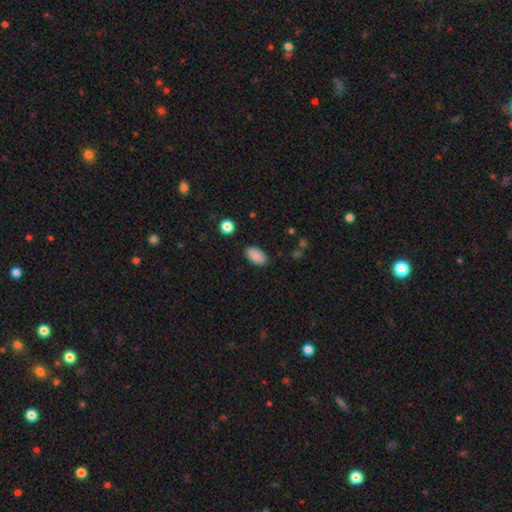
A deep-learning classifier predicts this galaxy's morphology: smooth-or-featured: smooth: 87% | star or artifact: 8% | featured or disk: 5%
  how-rounded: in between: 94% | round: 4% | cigar-shaped: 2%
  merging: none: 86% | minor disturbance: 10% | major disturbance: 3% | merger: 2%